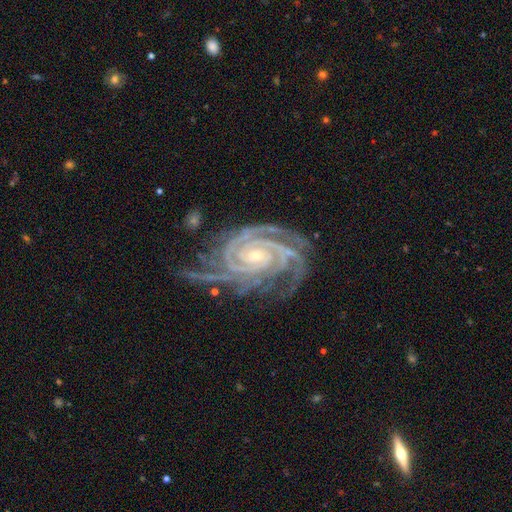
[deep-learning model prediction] Smooth or featured?
  - featured or disk: 93% *
  - star or artifact: 5%
  - smooth: 2%
Edge-on disk?
  - no: 98% *
  - yes: 2%
Bar?
  - no: 59% *
  - weak: 24%
  - strong: 16%
Spiral arms?
  - yes: 99% *
  - no: 1%
Spiral winding?
  - tight: 80% *
  - medium: 18%
  - loose: 2%
Spiral arm count?
  - 3: 31% *
  - 4: 29%
  - 2: 15%
  - more than 4: 9%
  - can't tell: 9%
  - 1: 6%
Bulge size?
  - small: 72% *
  - moderate: 24%
  - none: 1%
  - large: 1%
  - dominant: 1%
Merging?
  - none: 65% *
  - minor disturbance: 22%
  - major disturbance: 10%
  - merger: 2%